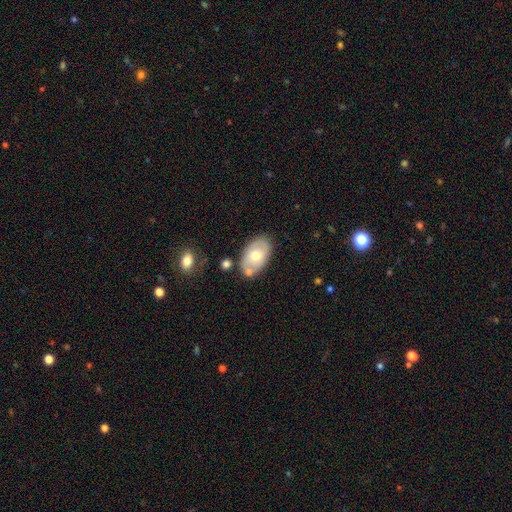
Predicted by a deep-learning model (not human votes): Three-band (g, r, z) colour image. It shows a smooth galaxy with no disk features (59%) that is in between round and cigar-shaped (91%). Merging: none (70%).